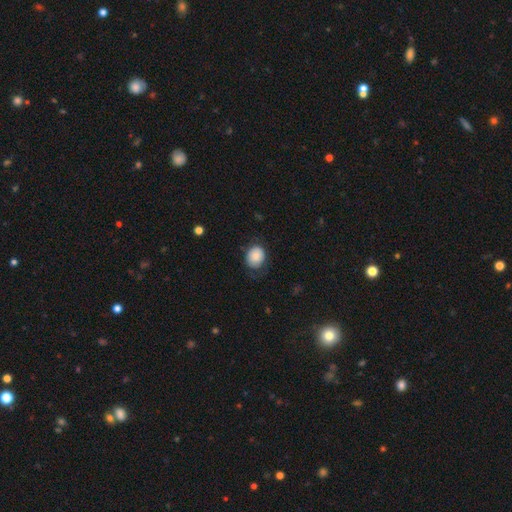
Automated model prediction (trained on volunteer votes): smooth-or-featured: smooth: 82% | featured or disk: 10% | star or artifact: 8%
  how-rounded: round: 64% | in between: 35% | cigar-shaped: 1%
  merging: none: 60% | minor disturbance: 27% | major disturbance: 12% | merger: 1%